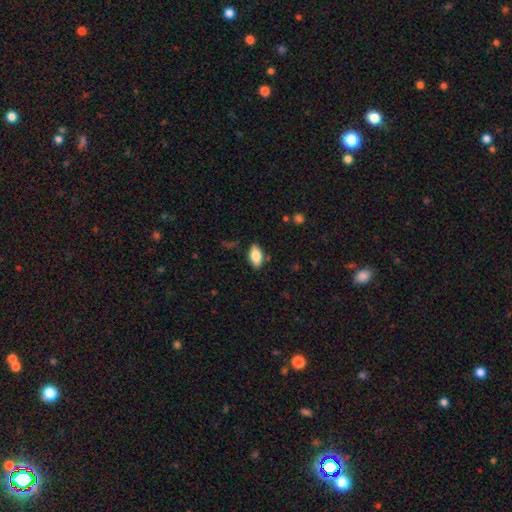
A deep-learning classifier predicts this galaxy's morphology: The model was most divided on "smooth or featured": smooth: 80%, featured or disk: 13%, star or artifact: 7%. More confident: how rounded — in between (91%); merging — none (84%).